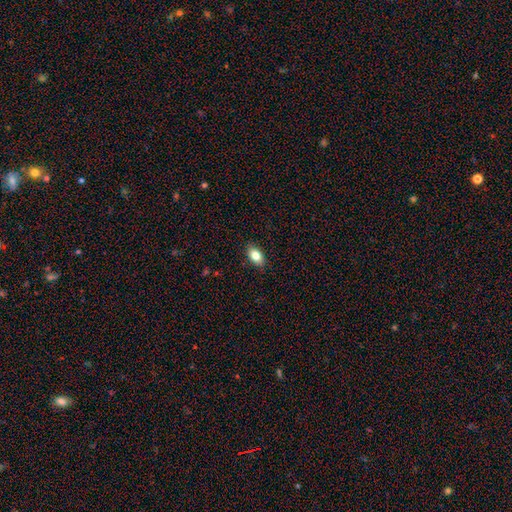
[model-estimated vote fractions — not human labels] Overall: smooth (81%). How rounded: in between (89%). Merging: none (88%).